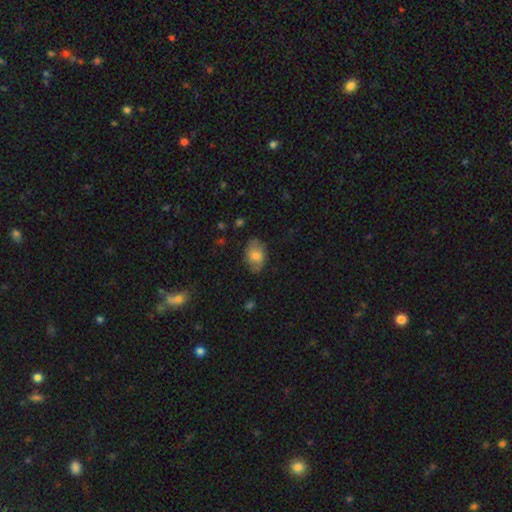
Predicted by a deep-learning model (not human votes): Overall: smooth (73%). How rounded: in between (86%). Merging: none (75%).